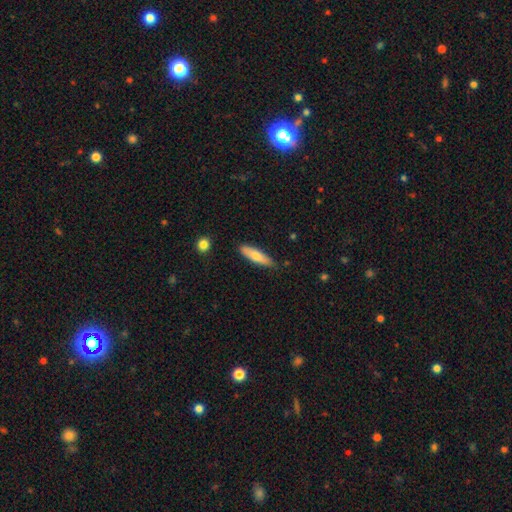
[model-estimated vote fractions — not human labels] Morphology: type=smooth (68%); roundness=cigar-shaped (66%); merging=none (83%).